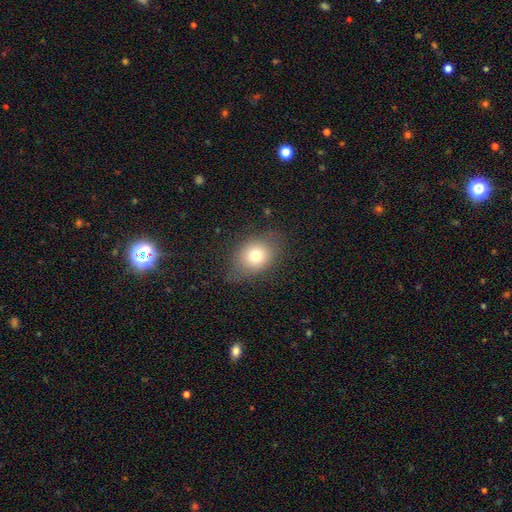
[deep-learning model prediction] Smooth or featured? smooth (73%)
How rounded? in between (50%)
Merging? none (68%)